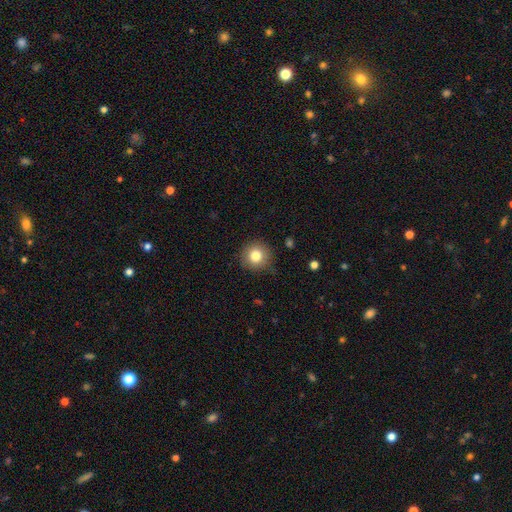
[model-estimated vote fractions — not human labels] smooth_or_featured: smooth (p=0.81) [alt: star or artifact p=0.10]
how_rounded: round (p=0.94) [alt: in between p=0.05]
merging: none (p=0.87) [alt: minor disturbance p=0.09]